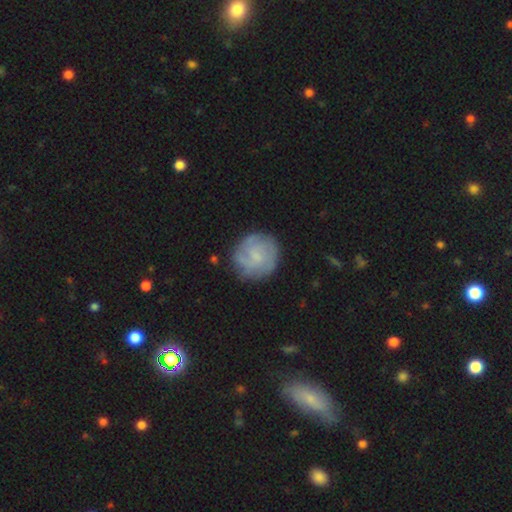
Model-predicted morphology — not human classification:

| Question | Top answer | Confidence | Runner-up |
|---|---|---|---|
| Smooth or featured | featured or disk | 52% | smooth (42%) |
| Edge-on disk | no | 98% | yes (2%) |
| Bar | no | 62% | weak (33%) |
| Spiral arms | yes | 80% | no (20%) |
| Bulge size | small | 46% | none (29%) |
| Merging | none | 76% | minor disturbance (16%) |